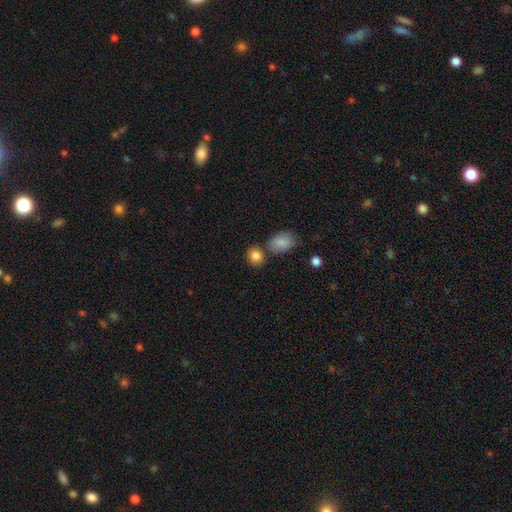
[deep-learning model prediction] A smooth galaxy with no disk features (85%) that is round (64%). Merging: none (68%).